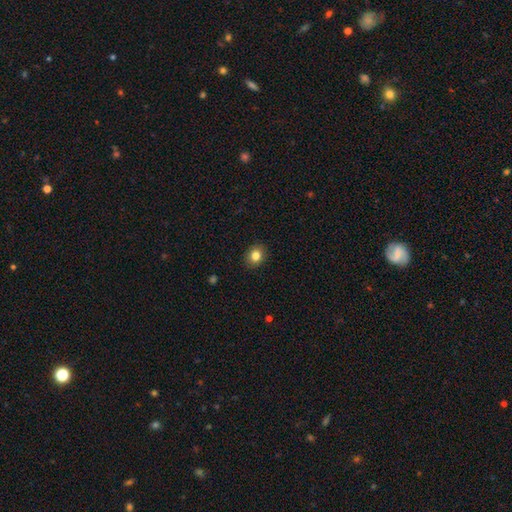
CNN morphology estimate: type=smooth (83%); roundness=round (65%); merging=none (90%).